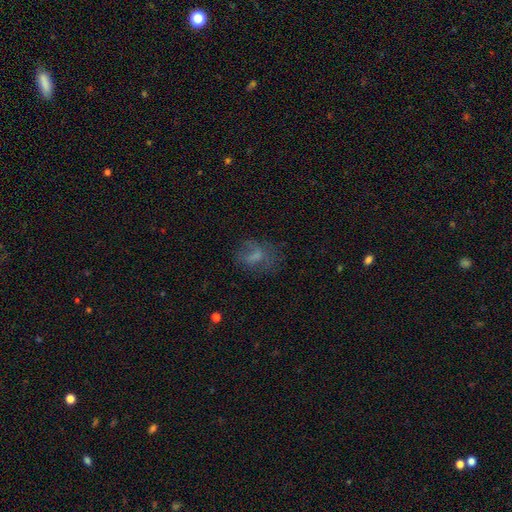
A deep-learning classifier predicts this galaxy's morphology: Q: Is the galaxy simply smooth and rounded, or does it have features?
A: smooth — 54%.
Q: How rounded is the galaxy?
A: in between — 63%.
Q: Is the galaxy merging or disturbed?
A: none — 48%.